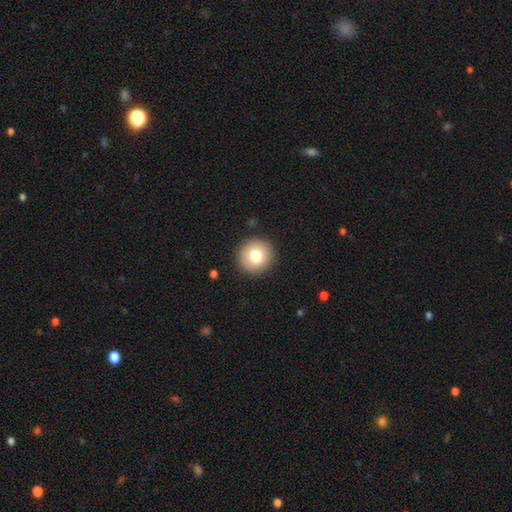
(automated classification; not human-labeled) smooth-or-featured: smooth: 77% | featured or disk: 13% | star or artifact: 10%
  how-rounded: round: 94% | in between: 5% | cigar-shaped: 1%
  merging: none: 91% | minor disturbance: 6% | major disturbance: 2% | merger: 1%